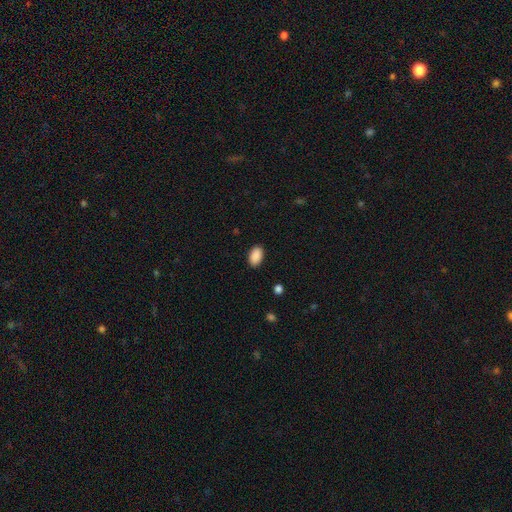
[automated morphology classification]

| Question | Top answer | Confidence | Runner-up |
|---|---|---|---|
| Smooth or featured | smooth | 90% | star or artifact (7%) |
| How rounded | in between | 93% | round (6%) |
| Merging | none | 88% | minor disturbance (8%) |